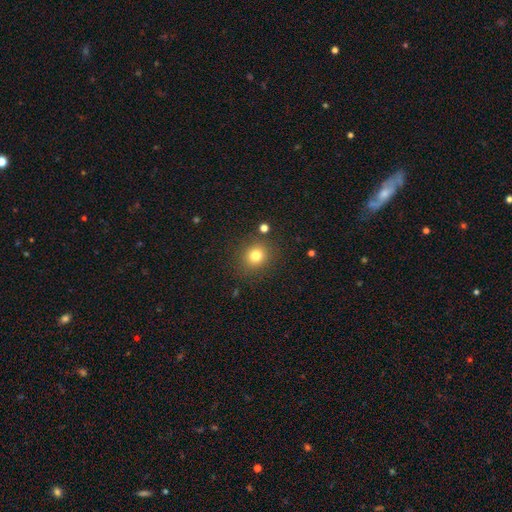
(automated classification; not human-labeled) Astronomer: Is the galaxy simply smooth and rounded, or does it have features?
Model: smooth — 79%.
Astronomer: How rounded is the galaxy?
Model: round — 82%.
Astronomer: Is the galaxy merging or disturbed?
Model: none — 85%.